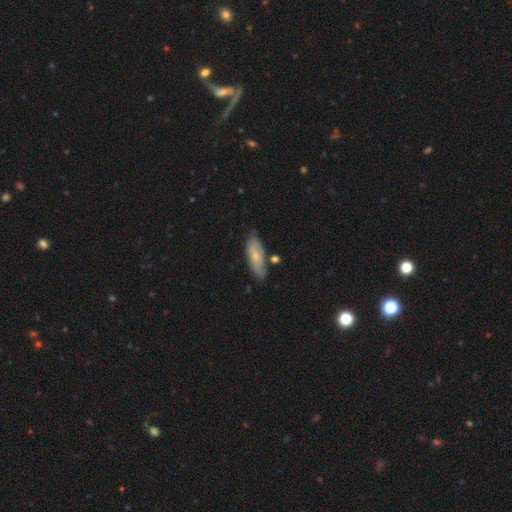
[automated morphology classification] The model was most divided on "smooth or featured": smooth: 55%, featured or disk: 39%, star or artifact: 6%. More confident: how rounded — in between (72%); merging — none (66%).